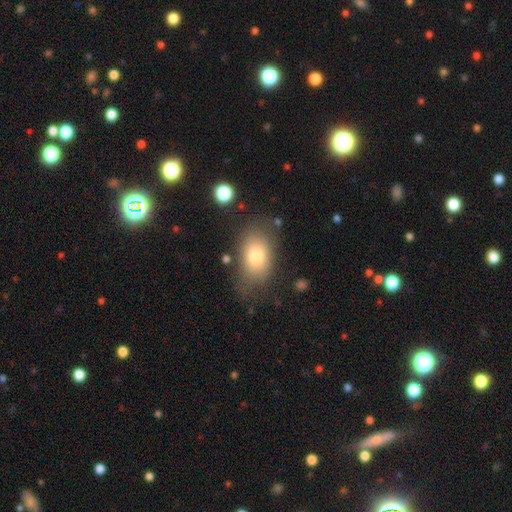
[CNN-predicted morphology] Smooth or featured: smooth — 77% (featured or disk — 15%)
How rounded: in between — 88% (round — 9%)
Merging: none — 67% (minor disturbance — 21%)